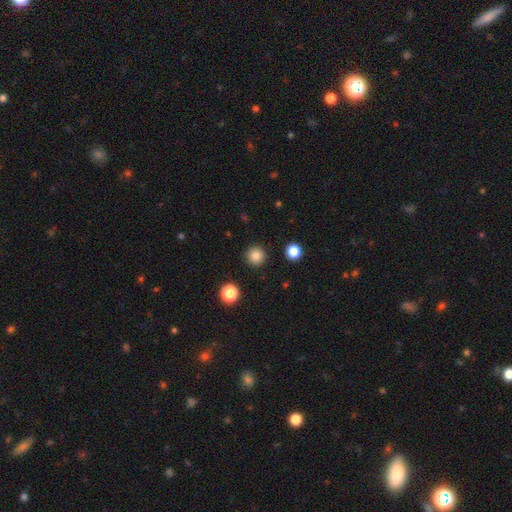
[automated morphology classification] A smooth galaxy with no disk features (83%) that is round (96%).

Vote fractions:
- Smooth or featured? smooth: 83% / star or artifact: 12% / featured or disk: 5%
- How rounded? round: 96% / in between: 3% / cigar-shaped: 1%
- Merging? none: 92% / minor disturbance: 5% / major disturbance: 2% / merger: 1%